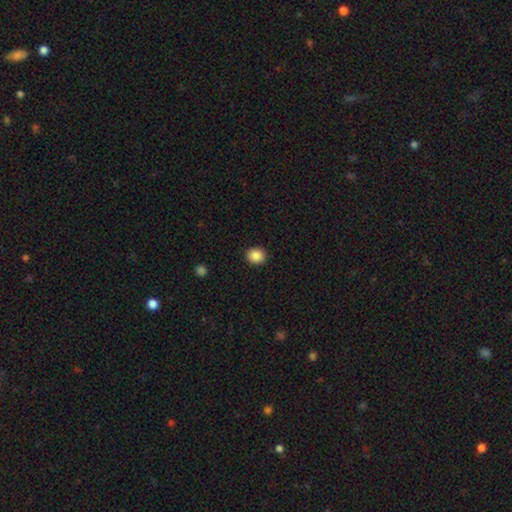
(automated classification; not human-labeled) The model was most divided on "how rounded": round: 75%, in between: 24%, cigar-shaped: 1%. More confident: merging — none (91%); smooth or featured — smooth (88%).